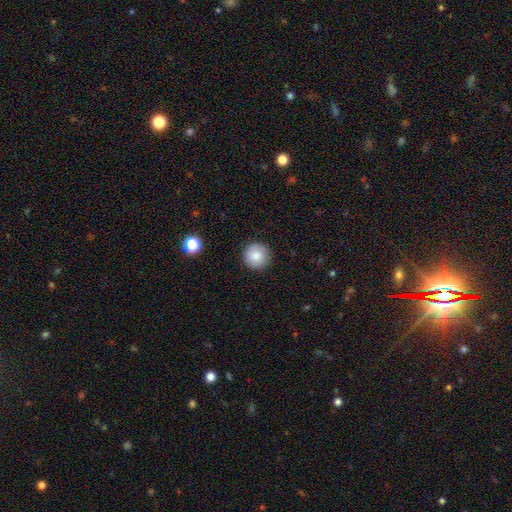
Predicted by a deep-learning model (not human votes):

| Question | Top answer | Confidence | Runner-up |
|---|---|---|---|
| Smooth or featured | smooth | 84% | featured or disk (9%) |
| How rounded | round | 96% | in between (3%) |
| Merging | none | 91% | minor disturbance (6%) |